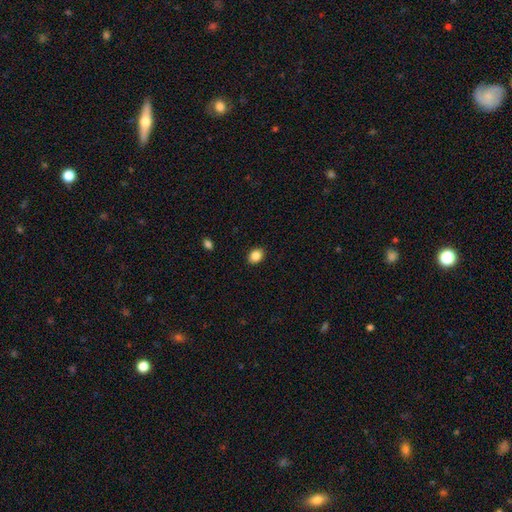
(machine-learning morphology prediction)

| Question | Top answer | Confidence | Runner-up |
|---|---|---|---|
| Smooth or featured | smooth | 87% | star or artifact (9%) |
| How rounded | in between | 62% | round (37%) |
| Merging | none | 89% | minor disturbance (8%) |